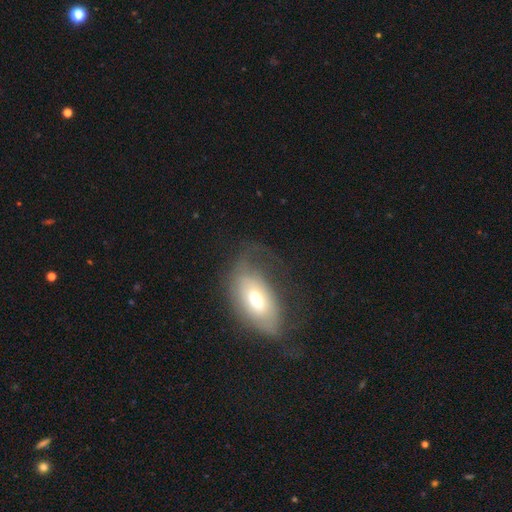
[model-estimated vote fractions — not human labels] smooth-or-featured: smooth: 45% | featured or disk: 44% | star or artifact: 11%
  merging: none: 50% | minor disturbance: 26% | major disturbance: 22% | merger: 2%